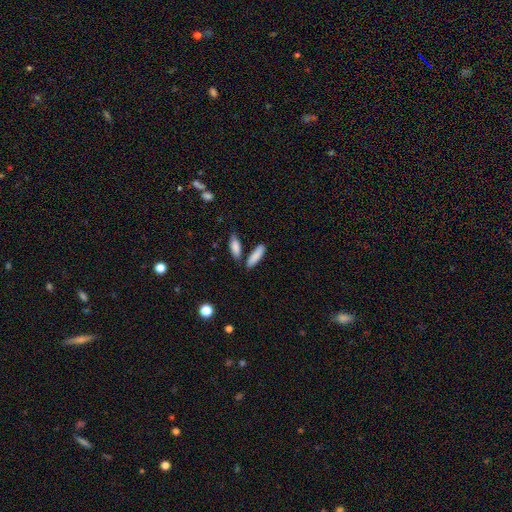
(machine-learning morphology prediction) This appears to be a smooth galaxy with no disk features (85%) that is cigar-shaped (62%). Merging: none (72%).